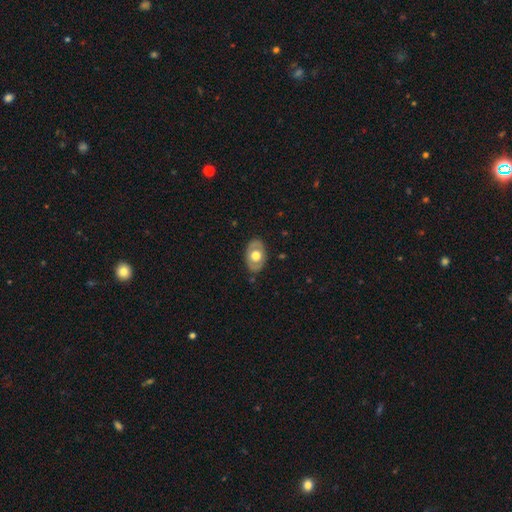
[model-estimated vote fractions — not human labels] A featured or disk galaxy (51%).

Vote fractions:
- Smooth or featured? featured or disk: 51% / smooth: 44% / star or artifact: 5%
- Edge-on disk? no: 90% / yes: 10%
- Merging? none: 81% / minor disturbance: 14% / major disturbance: 4% / merger: 1%